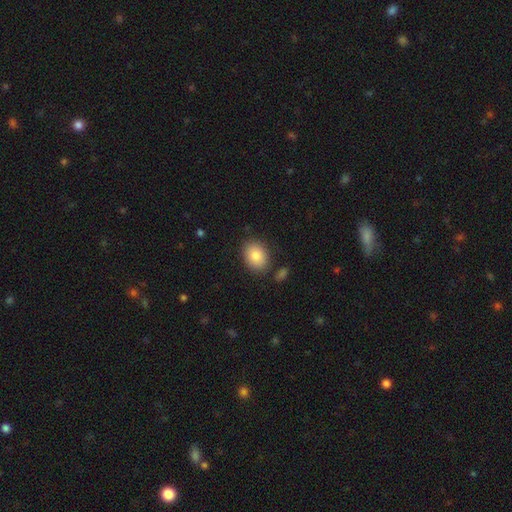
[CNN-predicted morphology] The model was most divided on "how rounded": in between: 64%, round: 35%, cigar-shaped: 1%. More confident: smooth or featured — smooth (84%); merging — none (83%).